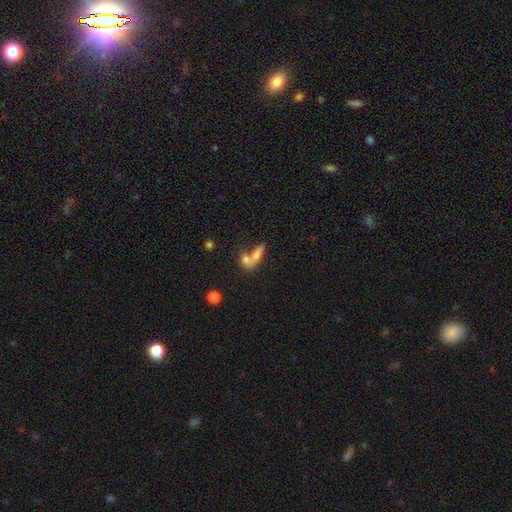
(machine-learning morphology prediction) smooth-or-featured: smooth: 67% | featured or disk: 22% | star or artifact: 11%
  how-rounded: in between: 47% | cigar-shaped: 42% | round: 11%
  merging: merger: 52% | none: 33% | minor disturbance: 9% | major disturbance: 6%